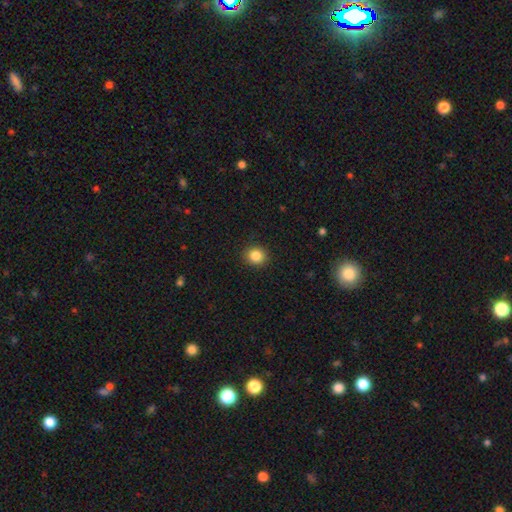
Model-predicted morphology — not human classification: Smooth or featured: smooth — 86% (star or artifact — 10%)
How rounded: round — 82% (in between — 17%)
Merging: none — 91% (minor disturbance — 6%)